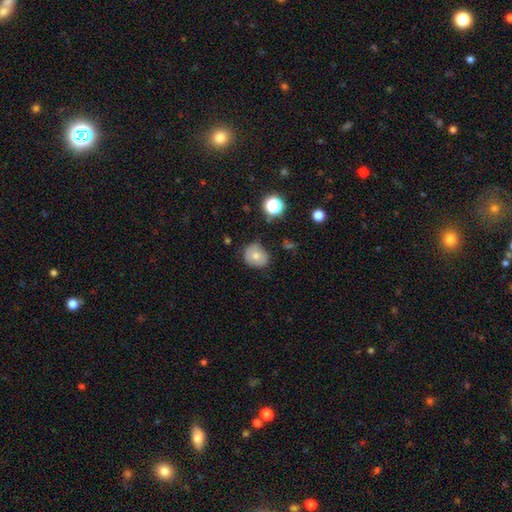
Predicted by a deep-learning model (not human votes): This is likely a smooth galaxy (70%). How rounded: likely round (72%). Merging: likely none (70%).